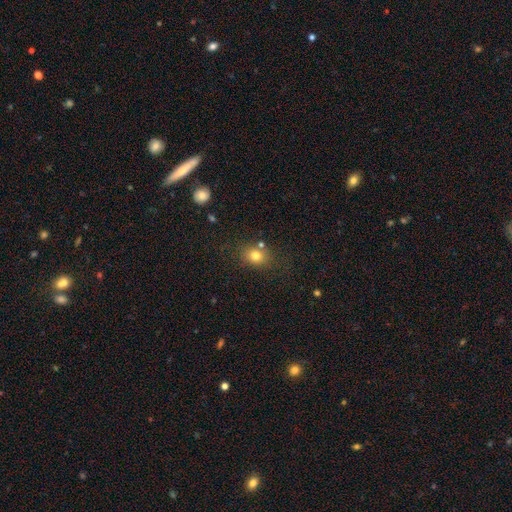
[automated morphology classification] smooth_or_featured: smooth (p=0.78) [alt: star or artifact p=0.13]
how_rounded: round (p=0.50) [alt: in between p=0.49]
merging: none (p=0.73) [alt: minor disturbance p=0.14]